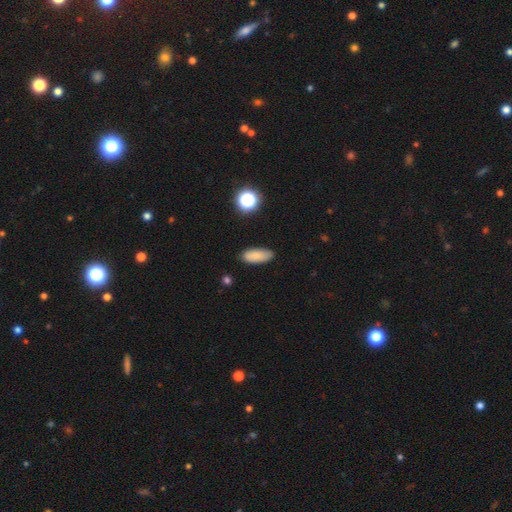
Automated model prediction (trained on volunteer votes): smooth-or-featured: smooth: 83% | star or artifact: 9% | featured or disk: 9%
  how-rounded: in between: 82% | cigar-shaped: 15% | round: 3%
  merging: none: 84% | minor disturbance: 12% | major disturbance: 2% | merger: 2%